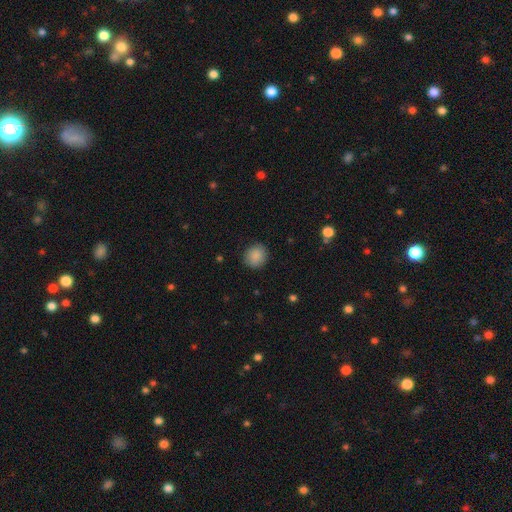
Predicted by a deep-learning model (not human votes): Overall: smooth (88%). How rounded: round (84%). Merging: none (87%).